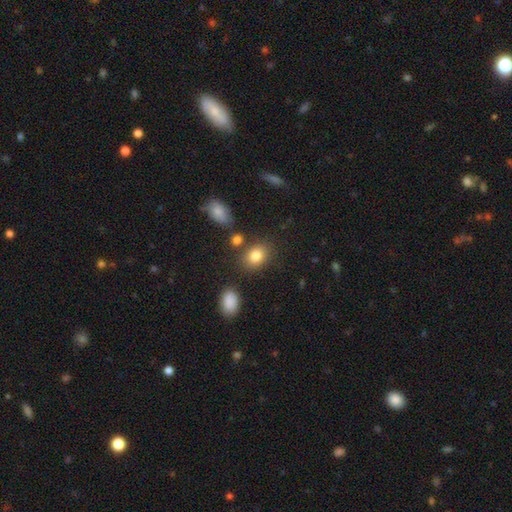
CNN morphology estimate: type=smooth (82%); roundness=in between (63%); merging=none (76%).